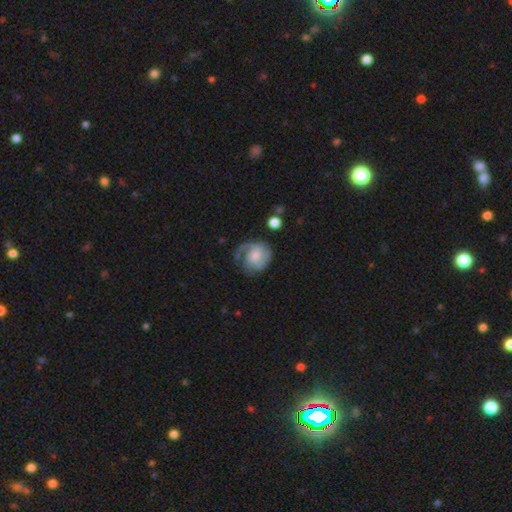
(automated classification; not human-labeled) A featured or disk galaxy (76%) with no bar (61%), 2 (48%) tight (42%) spiral arms (94%) and a moderate central bulge (35%). Merging: none (59%).